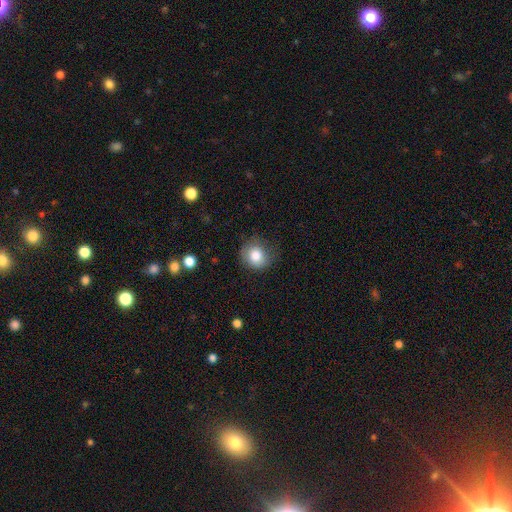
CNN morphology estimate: The model was most divided on "merging": none: 68%, minor disturbance: 23%, major disturbance: 8%, merger: 1%. More confident: smooth or featured — smooth (82%); how rounded — round (81%).